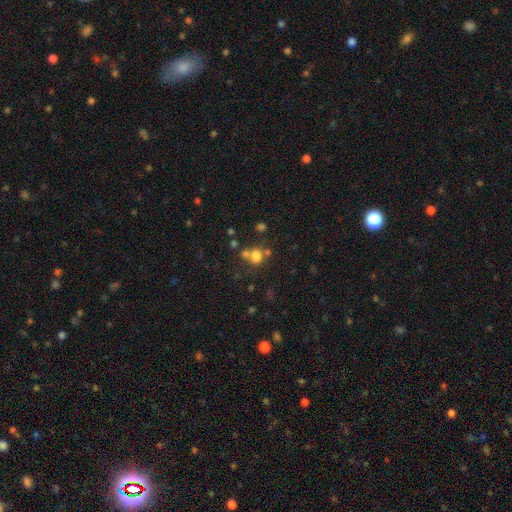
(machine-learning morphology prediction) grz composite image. It shows a smooth galaxy with no disk features (73%) that is round (71%). Merging: none (51%).